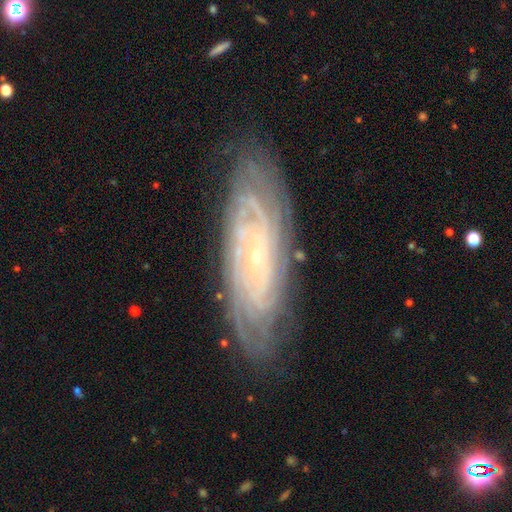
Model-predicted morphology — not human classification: This appears to be a featured or disk galaxy (86%) with no bar (72%), tight (79%) spiral arms (96%) and a small central bulge (85%). Merging: none (81%).